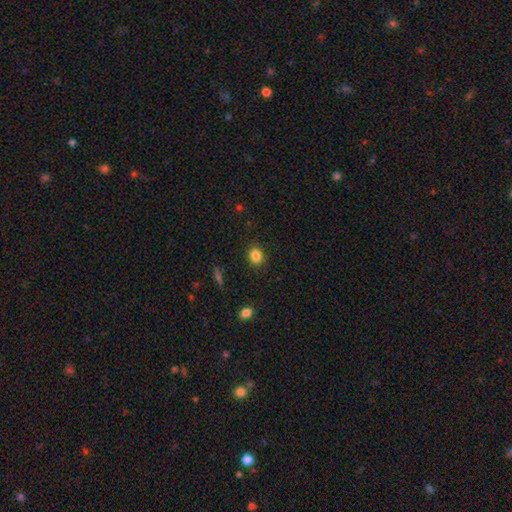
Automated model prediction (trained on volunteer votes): Smooth or featured?
  - smooth: 84% *
  - star or artifact: 11%
  - featured or disk: 5%
How rounded?
  - round: 54% *
  - in between: 44%
  - cigar-shaped: 1%
Merging?
  - none: 88% *
  - minor disturbance: 9%
  - major disturbance: 2%
  - merger: 1%